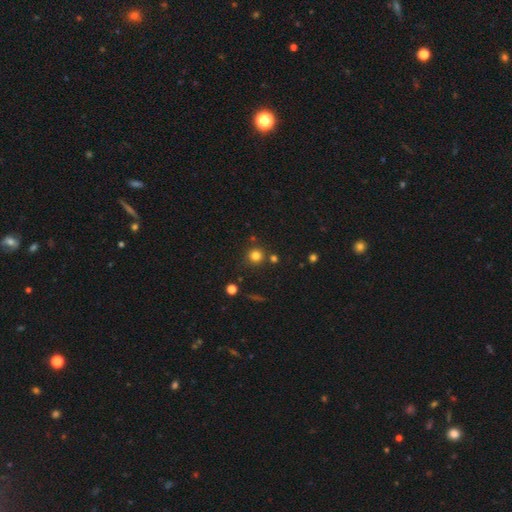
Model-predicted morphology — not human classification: This is likely a smooth galaxy (79%). How rounded: clearly round (93%). Merging: clearly none (81%).